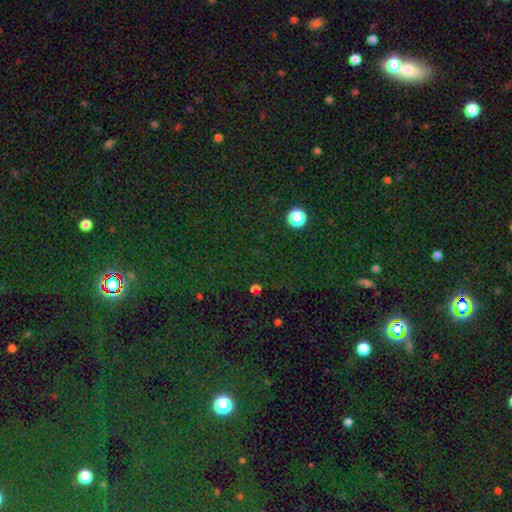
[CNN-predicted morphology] type=star or artifact (78%).